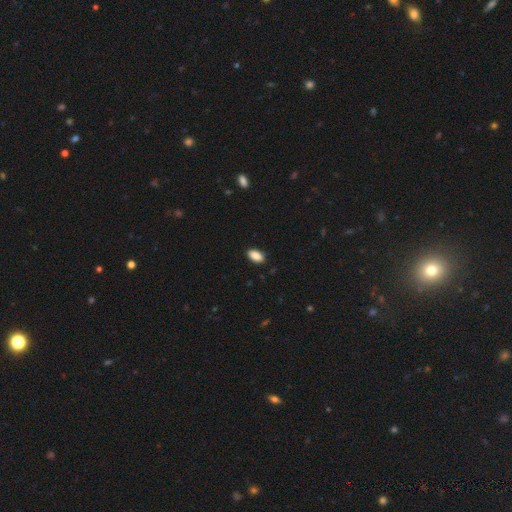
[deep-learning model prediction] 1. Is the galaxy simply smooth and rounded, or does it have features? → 89% smooth, 7% star or artifact, 3% featured or disk.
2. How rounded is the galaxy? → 93% in between, 4% round, 3% cigar-shaped.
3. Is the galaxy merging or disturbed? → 88% none, 9% minor disturbance, 2% major disturbance, 1% merger.